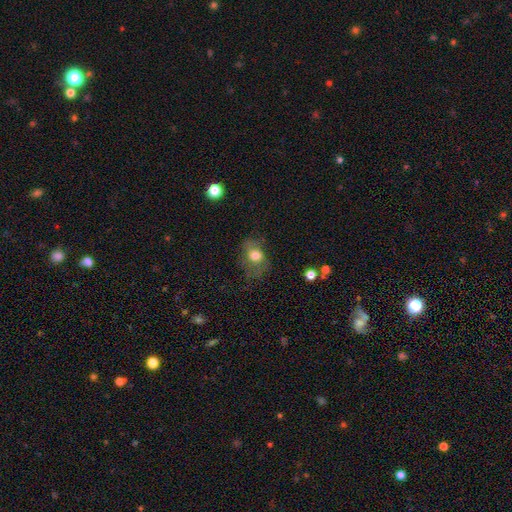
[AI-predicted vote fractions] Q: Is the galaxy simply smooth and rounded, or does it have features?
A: smooth — 67%.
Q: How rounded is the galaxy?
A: in between — 60%.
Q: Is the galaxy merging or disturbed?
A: none — 48%.